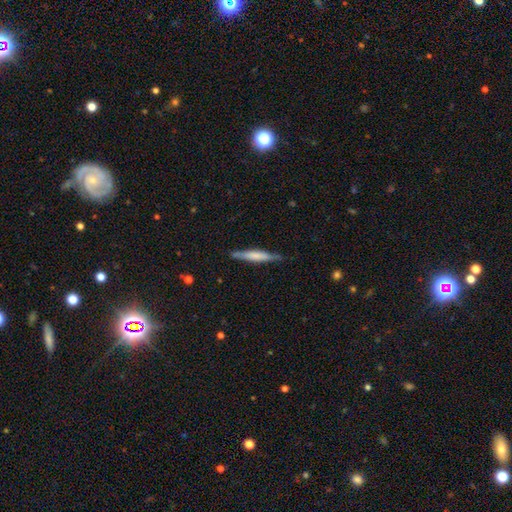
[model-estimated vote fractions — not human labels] smooth_or_featured: smooth (p=0.51) [alt: featured or disk p=0.44]
how_rounded: cigar-shaped (p=0.93) [alt: in between p=0.06]
merging: none (p=0.83) [alt: minor disturbance p=0.13]